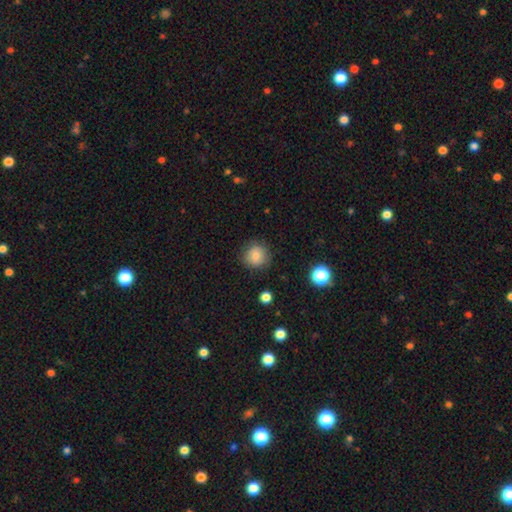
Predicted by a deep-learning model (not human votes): This appears to be a smooth galaxy with no disk features (81%) that is round (90%). Merging: none (86%).